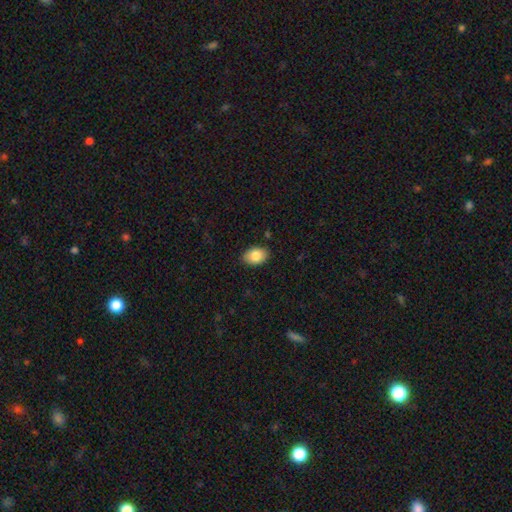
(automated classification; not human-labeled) Q: Smooth or featured?
A: smooth (83%); runner-up: featured or disk (10%)
Q: How rounded?
A: in between (84%); runner-up: round (15%)
Q: Merging?
A: none (87%); runner-up: minor disturbance (10%)